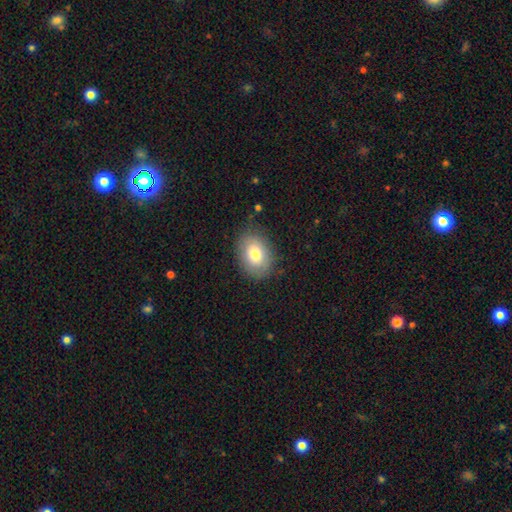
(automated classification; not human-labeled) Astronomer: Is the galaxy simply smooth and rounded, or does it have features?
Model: smooth — 78%.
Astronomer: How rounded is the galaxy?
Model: in between — 70%.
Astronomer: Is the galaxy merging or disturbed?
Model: none — 81%.